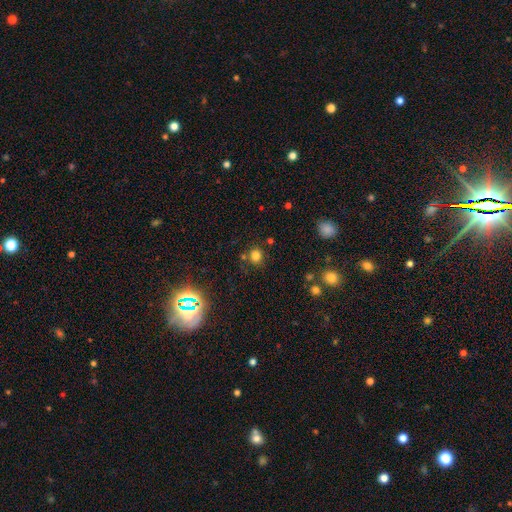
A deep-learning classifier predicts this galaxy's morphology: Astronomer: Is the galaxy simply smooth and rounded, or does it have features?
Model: smooth — 76%.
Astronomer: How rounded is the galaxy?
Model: round — 84%.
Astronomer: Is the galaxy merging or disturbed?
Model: none — 78%.